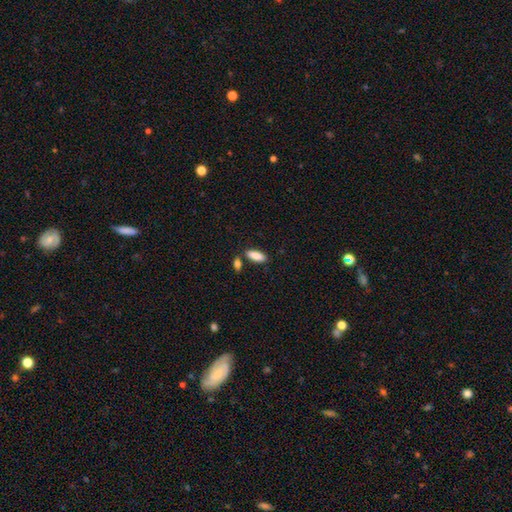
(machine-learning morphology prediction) Smooth or featured?
  - smooth: 87% *
  - featured or disk: 8%
  - star or artifact: 6%
How rounded?
  - in between: 74% *
  - cigar-shaped: 24%
  - round: 2%
Merging?
  - none: 77% *
  - merger: 10%
  - minor disturbance: 10%
  - major disturbance: 3%